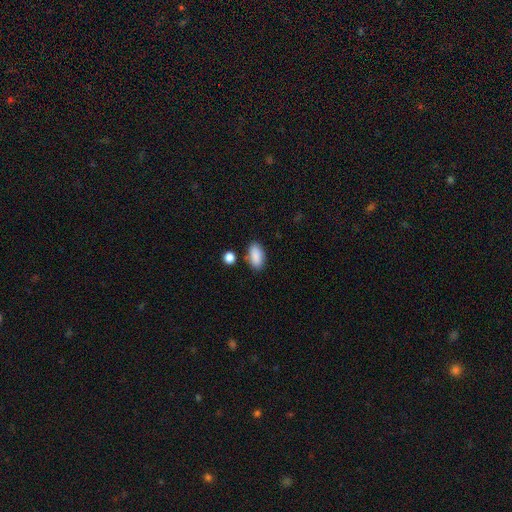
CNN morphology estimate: A smooth galaxy with no disk features (89%) that is in between round and cigar-shaped (92%).

Vote fractions:
- Smooth or featured? smooth: 89% / star or artifact: 7% / featured or disk: 4%
- How rounded? in between: 92% / round: 4% / cigar-shaped: 3%
- Merging? none: 79% / minor disturbance: 12% / merger: 6% / major disturbance: 3%